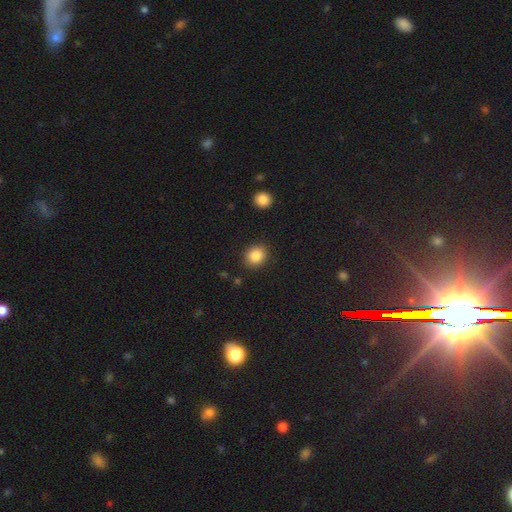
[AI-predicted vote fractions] Smooth or featured? smooth (86%)
How rounded? round (73%)
Merging? none (88%)